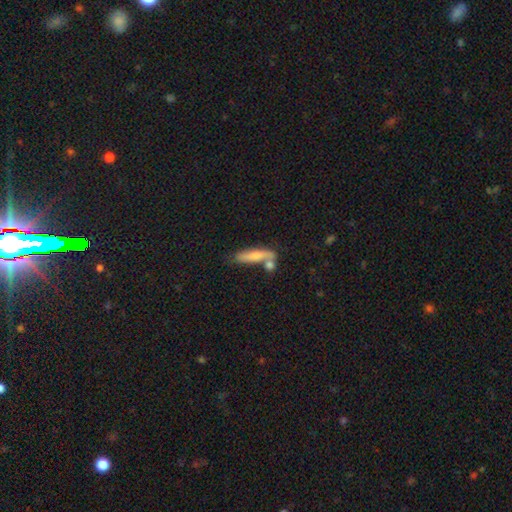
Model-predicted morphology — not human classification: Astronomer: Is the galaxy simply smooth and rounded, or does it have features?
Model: smooth — 65%.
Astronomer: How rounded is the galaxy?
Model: cigar-shaped — 75%.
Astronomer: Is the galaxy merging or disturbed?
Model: none — 50% (runner-up: merger, 28%).